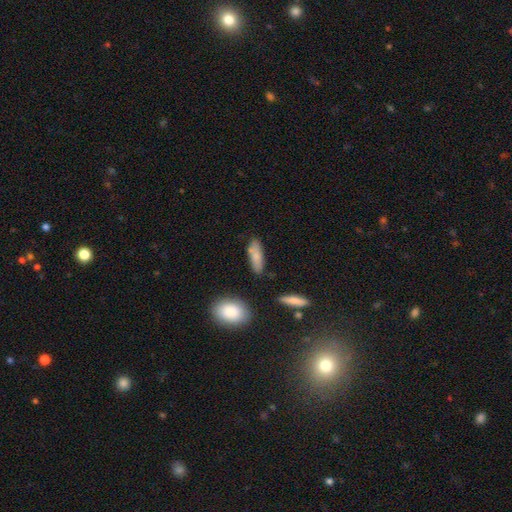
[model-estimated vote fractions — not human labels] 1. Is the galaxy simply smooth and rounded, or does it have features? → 78% smooth, 15% featured or disk, 7% star or artifact.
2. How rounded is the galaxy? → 58% in between, 40% cigar-shaped, 2% round.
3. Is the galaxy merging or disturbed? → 74% none, 15% minor disturbance, 7% merger, 4% major disturbance.